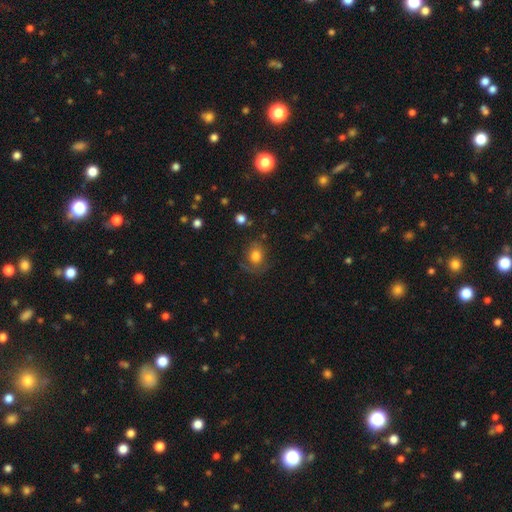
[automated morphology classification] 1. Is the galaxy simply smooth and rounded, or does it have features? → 71% smooth, 18% featured or disk, 11% star or artifact.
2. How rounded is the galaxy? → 60% round, 39% in between, 1% cigar-shaped.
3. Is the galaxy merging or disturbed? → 58% none, 23% minor disturbance, 17% major disturbance, 3% merger.